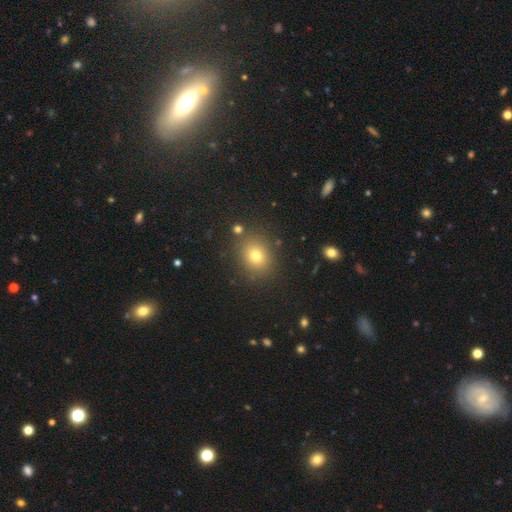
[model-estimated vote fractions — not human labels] A smooth galaxy with no disk features (74%) that is round (64%). Merging: none (86%).